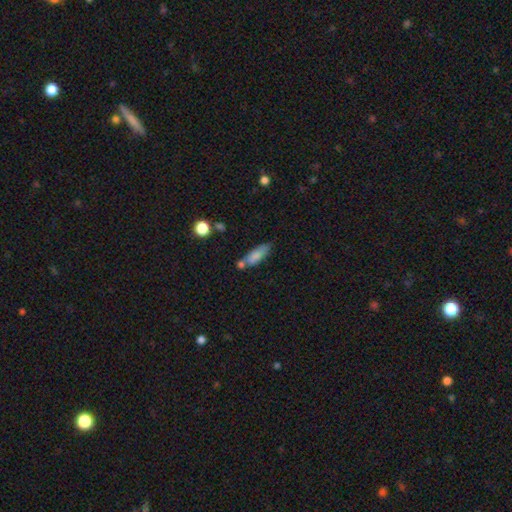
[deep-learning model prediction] smooth_or_featured: smooth (p=0.77) [alt: featured or disk p=0.15]
how_rounded: in between (p=0.56) [alt: cigar-shaped p=0.41]
merging: none (p=0.52) [alt: merger p=0.21]